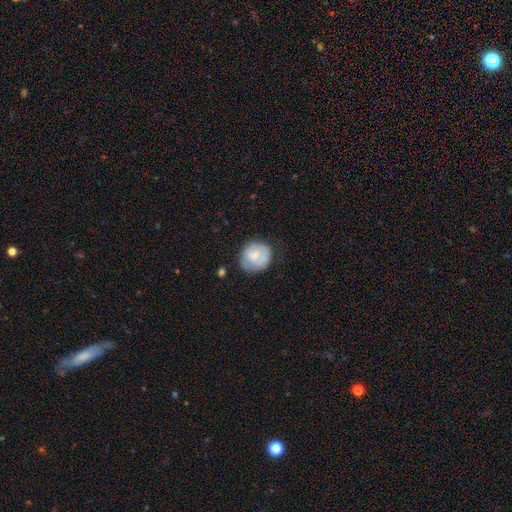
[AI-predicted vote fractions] This is likely a smooth galaxy (64%). How rounded: clearly round (85%). Merging: likely none (65%).